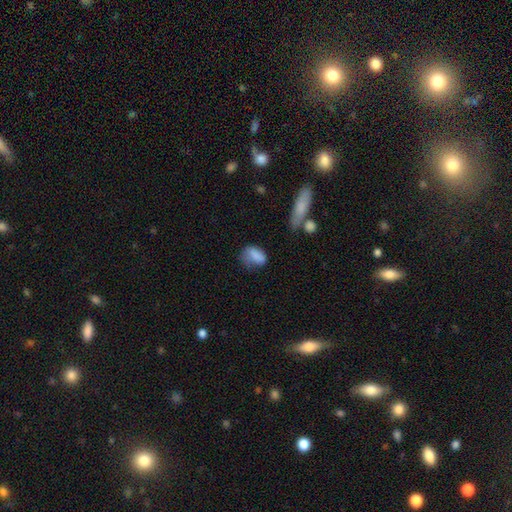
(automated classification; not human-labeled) Smooth or featured?
  - smooth: 77% *
  - featured or disk: 14%
  - star or artifact: 9%
How rounded?
  - in between: 82% *
  - round: 14%
  - cigar-shaped: 4%
Merging?
  - none: 38% *
  - minor disturbance: 35%
  - major disturbance: 22%
  - merger: 4%